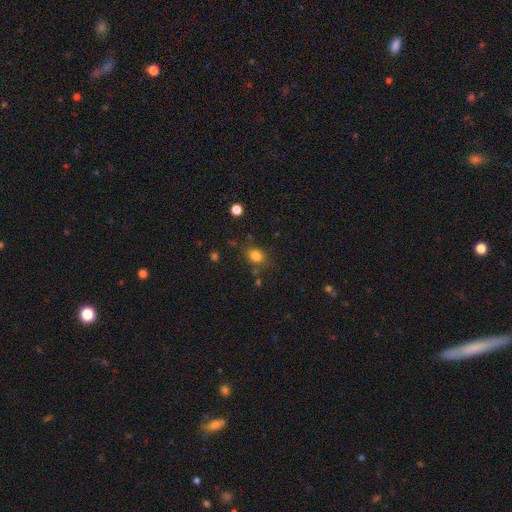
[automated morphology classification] Q: Smooth or featured?
A: smooth (81%); runner-up: star or artifact (12%)
Q: How rounded?
A: in between (51%); runner-up: round (48%)
Q: Merging?
A: none (76%); runner-up: minor disturbance (14%)